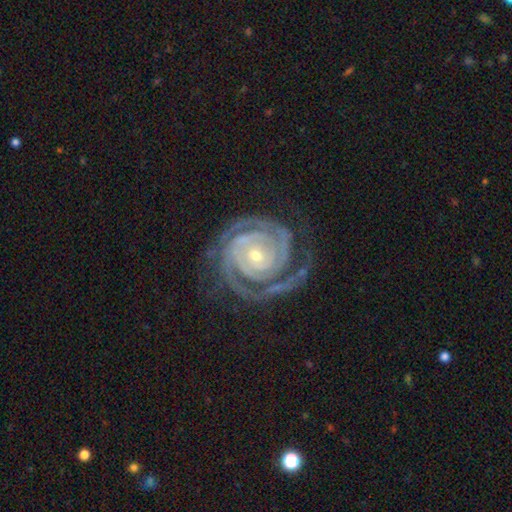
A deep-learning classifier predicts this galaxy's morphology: featured or disk 93%, star or artifact 4%, smooth 3%. Down the decision tree: edge-on disk — no (98%); bar — no (65%); spiral arms — yes (99%); spiral arm count — 2 (57%); spiral winding — tight (84%); bulge size — small (66%); merging — none (74%).